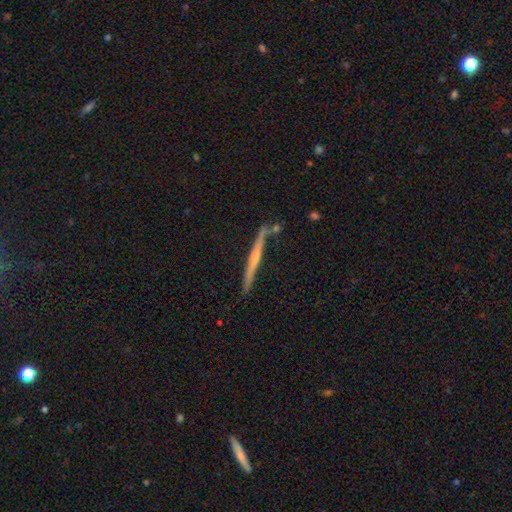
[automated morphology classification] This appears to be a featured or disk galaxy (67%) viewed edge-on (98%) with a rounded central bulge (51%). Merging: none (83%).